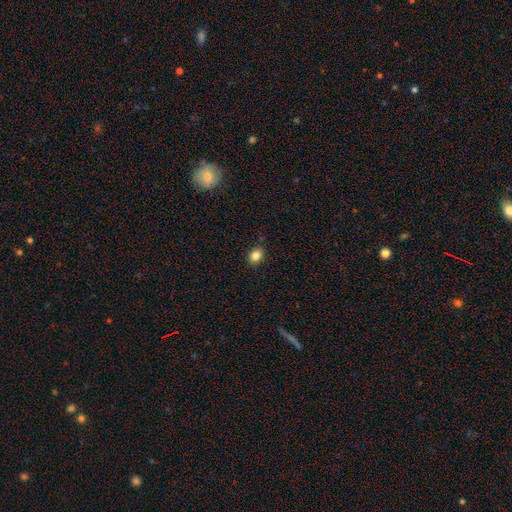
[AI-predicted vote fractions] smooth_or_featured: smooth (p=0.84) [alt: star or artifact p=0.10]
how_rounded: in between (p=0.56) [alt: round p=0.43]
merging: none (p=0.87) [alt: minor disturbance p=0.10]